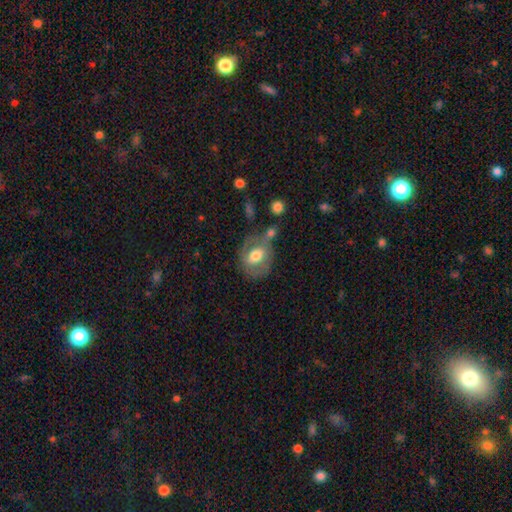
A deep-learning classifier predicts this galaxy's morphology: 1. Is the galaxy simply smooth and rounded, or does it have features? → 52% smooth, 41% featured or disk, 7% star or artifact.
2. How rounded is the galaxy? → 52% in between, 47% round, 2% cigar-shaped.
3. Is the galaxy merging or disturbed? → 48% none, 22% minor disturbance, 18% merger, 13% major disturbance.